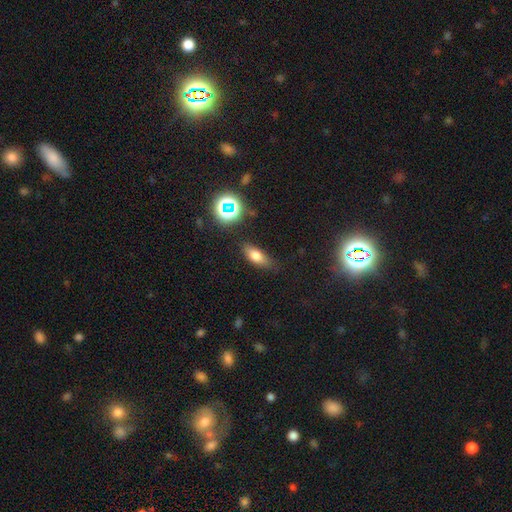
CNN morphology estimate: A smooth galaxy with no disk features (69%) that is in between round and cigar-shaped (70%). Merging: none (78%).